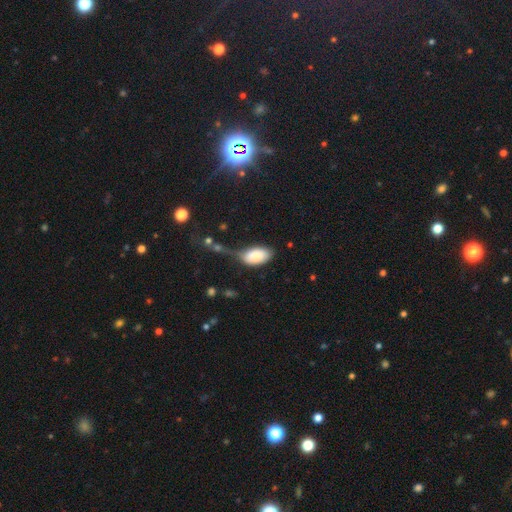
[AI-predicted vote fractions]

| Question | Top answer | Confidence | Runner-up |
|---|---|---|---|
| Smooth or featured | smooth | 81% | featured or disk (12%) |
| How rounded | in between | 94% | round (4%) |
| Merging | none | 35% | minor disturbance (32%) |